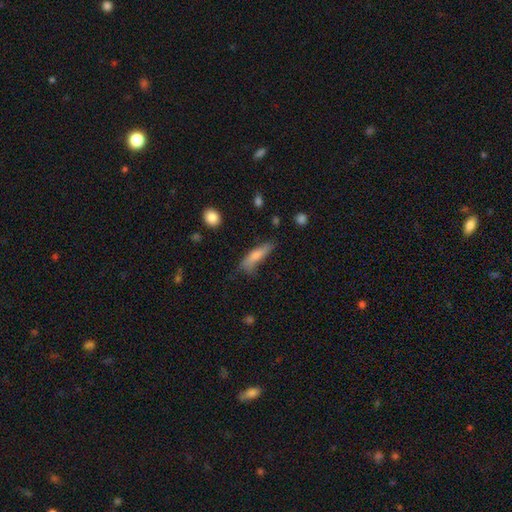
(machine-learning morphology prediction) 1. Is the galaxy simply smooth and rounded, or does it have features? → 72% smooth, 21% featured or disk, 7% star or artifact.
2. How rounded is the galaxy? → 66% cigar-shaped, 32% in between, 2% round.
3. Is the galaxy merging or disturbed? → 50% none, 31% minor disturbance, 13% major disturbance, 5% merger.